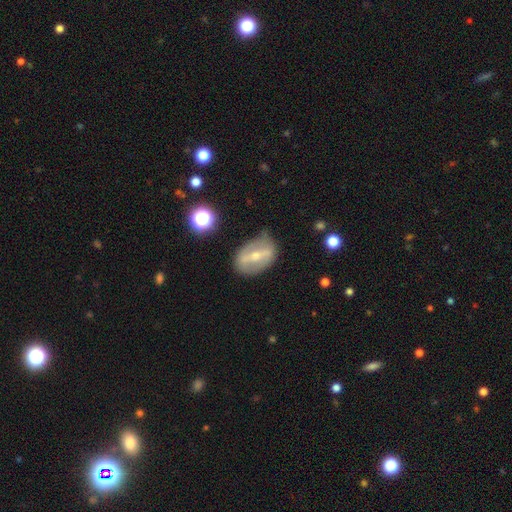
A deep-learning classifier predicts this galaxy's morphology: smooth_or_featured: featured or disk (p=0.67) [alt: smooth p=0.25]
disk_edge_on: no (p=0.86) [alt: yes p=0.14]
bar: strong (p=0.70) [alt: weak p=0.20]
has_spiral_arms: no (p=0.66) [alt: yes p=0.34]
bulge_size: small (p=0.52) [alt: moderate p=0.43]
merging: none (p=0.69) [alt: minor disturbance p=0.21]